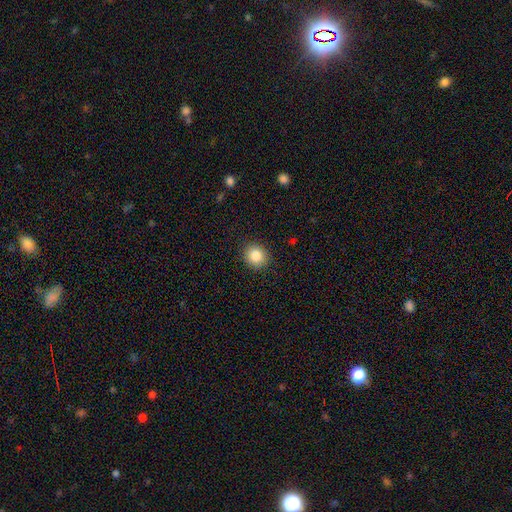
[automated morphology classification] This appears to be a smooth galaxy with no disk features (86%) that is round (79%). Merging: none (90%).